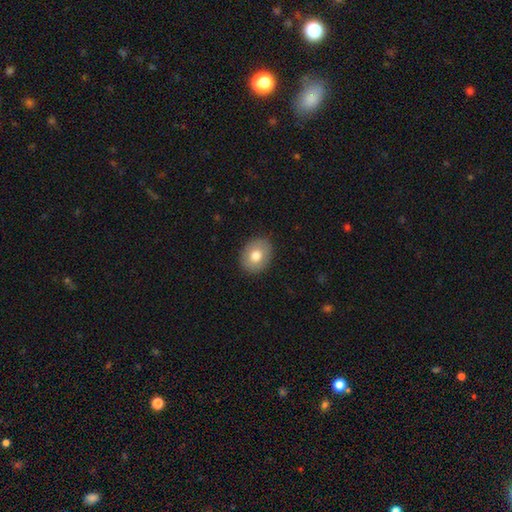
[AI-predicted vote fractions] A smooth galaxy with no disk features (76%) that is in between round and cigar-shaped (52%).

Vote fractions:
- Smooth or featured? smooth: 76% / featured or disk: 16% / star or artifact: 8%
- How rounded? in between: 52% / round: 48% / cigar-shaped: 1%
- Merging? none: 88% / minor disturbance: 9% / major disturbance: 2% / merger: 1%